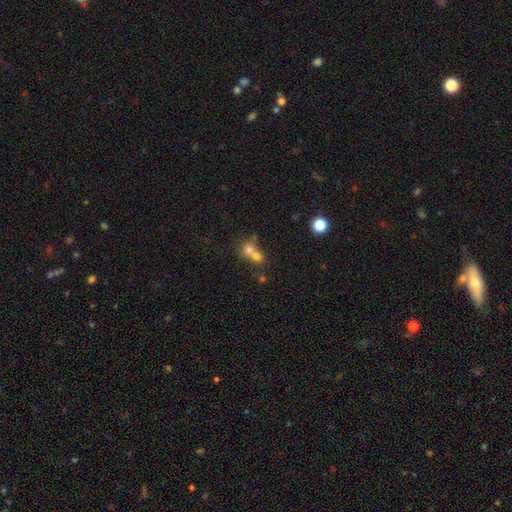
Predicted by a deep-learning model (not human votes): smooth-or-featured: smooth: 68% | featured or disk: 18% | star or artifact: 14%
  how-rounded: round: 72% | in between: 27% | cigar-shaped: 1%
  merging: merger: 65% | none: 27% | minor disturbance: 5% | major disturbance: 3%